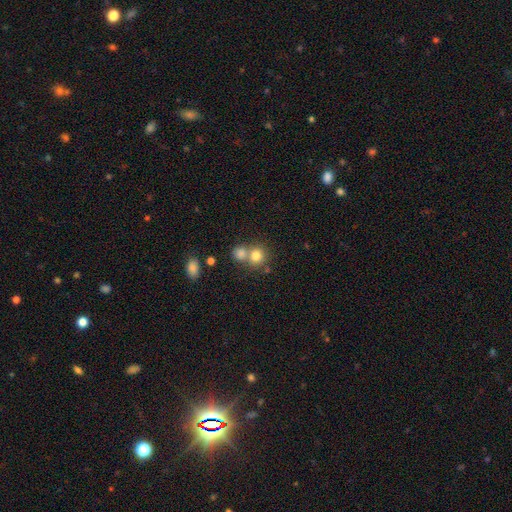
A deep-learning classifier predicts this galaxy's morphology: This appears to be a smooth galaxy with no disk features (78%) that is round (84%). Merging: none (46%).